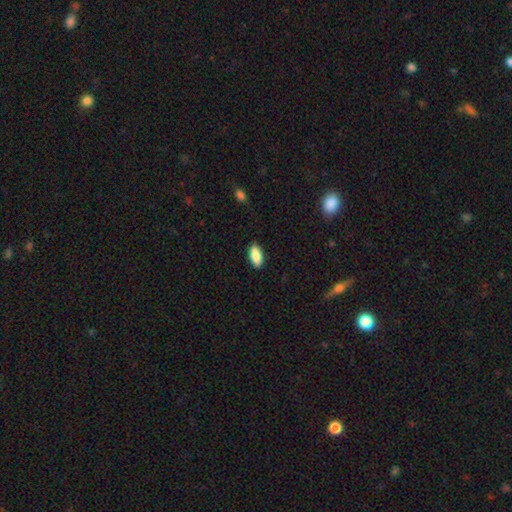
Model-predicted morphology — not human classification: The model was most divided on "merging": none: 87%, minor disturbance: 10%, major disturbance: 2%, merger: 1%. More confident: smooth or featured — smooth (88%); how rounded — in between (88%).